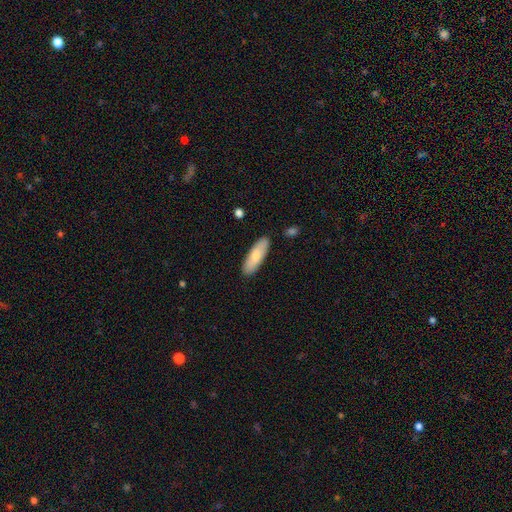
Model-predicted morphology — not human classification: type=smooth (75%); roundness=in between (60%); merging=none (87%).